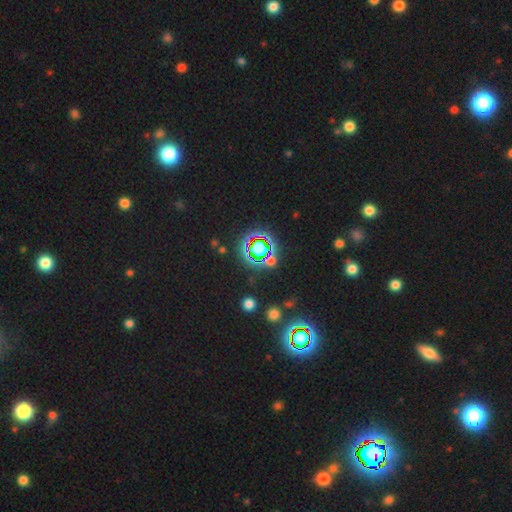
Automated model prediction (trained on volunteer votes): The model was most divided on "smooth or featured": star or artifact: 74%, smooth: 16%, featured or disk: 9%.